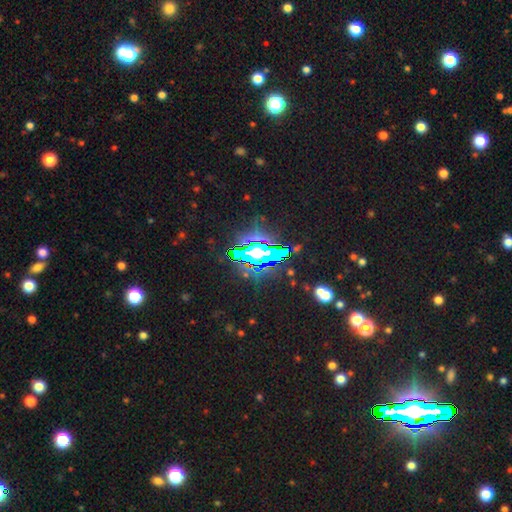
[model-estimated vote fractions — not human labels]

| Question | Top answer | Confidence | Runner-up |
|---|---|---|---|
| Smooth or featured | star or artifact | 80% | smooth (11%) |